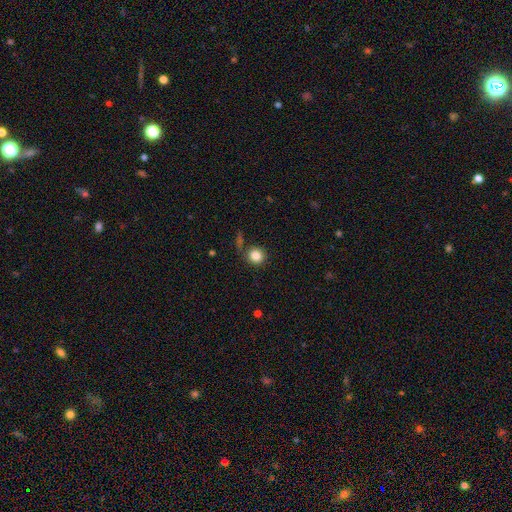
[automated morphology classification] type=smooth (85%); roundness=round (89%); merging=none (78%).